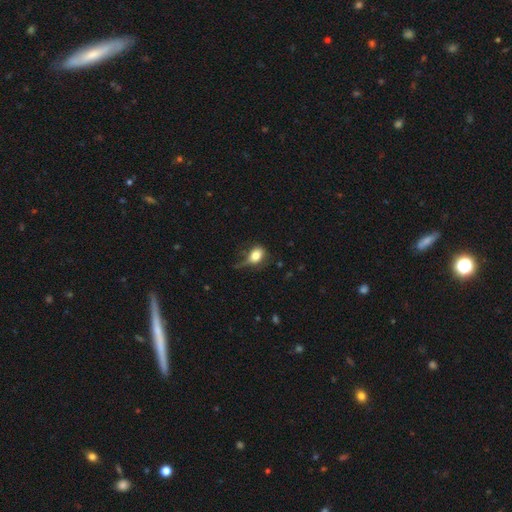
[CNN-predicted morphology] Q: Smooth or featured?
A: smooth (79%); runner-up: featured or disk (12%)
Q: How rounded?
A: in between (70%); runner-up: round (28%)
Q: Merging?
A: none (40%); runner-up: minor disturbance (32%)